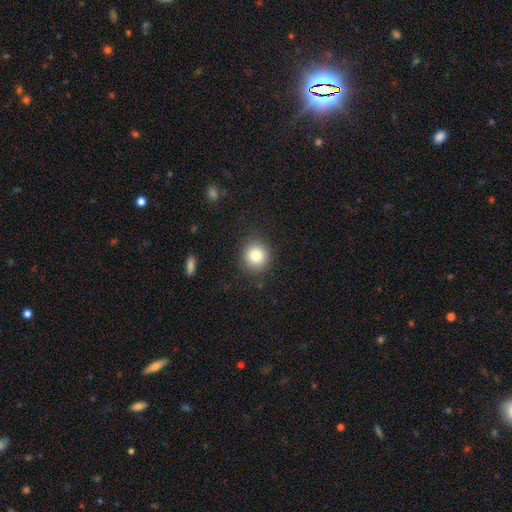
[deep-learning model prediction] smooth_or_featured: smooth (p=0.83) [alt: star or artifact p=0.10]
how_rounded: round (p=0.89) [alt: in between p=0.10]
merging: none (p=0.88) [alt: minor disturbance p=0.08]